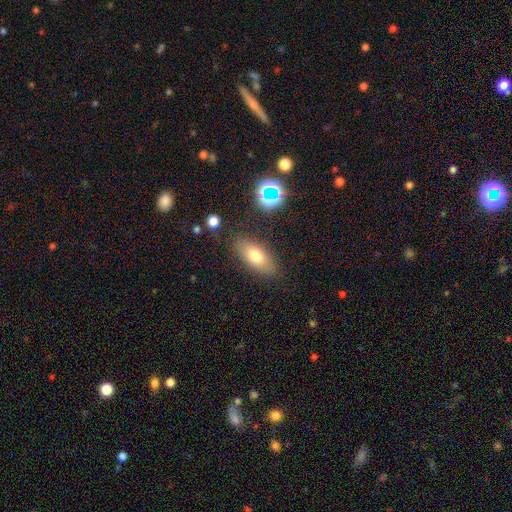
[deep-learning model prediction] Smooth or featured? Predicted: smooth (p=0.73). How rounded? Predicted: in between (p=0.84). Merging? Predicted: none (p=0.82).